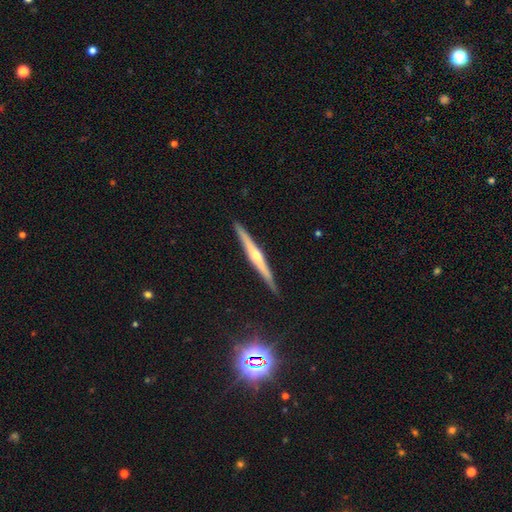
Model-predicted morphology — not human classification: smooth-or-featured: featured or disk: 75% | smooth: 17% | star or artifact: 8%
  disk-edge-on: yes: 98% | no: 2%
    edge-on-bulge: rounded: 81% | none: 14% | boxy: 5%
  merging: none: 91% | minor disturbance: 7% | major disturbance: 1% | merger: 1%